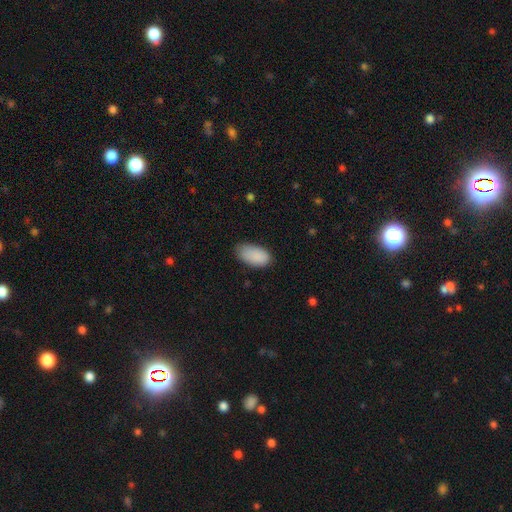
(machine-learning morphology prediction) A smooth galaxy with no disk features (89%) that is in between round and cigar-shaped (95%).

Vote fractions:
- Smooth or featured? smooth: 89% / star or artifact: 7% / featured or disk: 4%
- How rounded? in between: 95% / round: 3% / cigar-shaped: 2%
- Merging? none: 70% / minor disturbance: 25% / major disturbance: 4% / merger: 1%